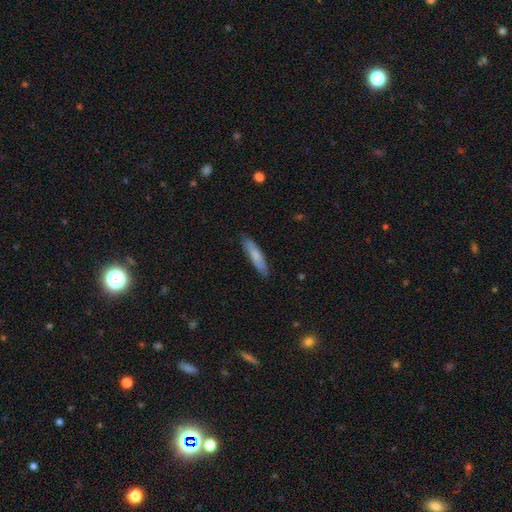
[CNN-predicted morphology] smooth_or_featured: smooth (p=0.74) [alt: featured or disk p=0.21]
how_rounded: cigar-shaped (p=0.84) [alt: in between p=0.15]
merging: none (p=0.87) [alt: minor disturbance p=0.10]